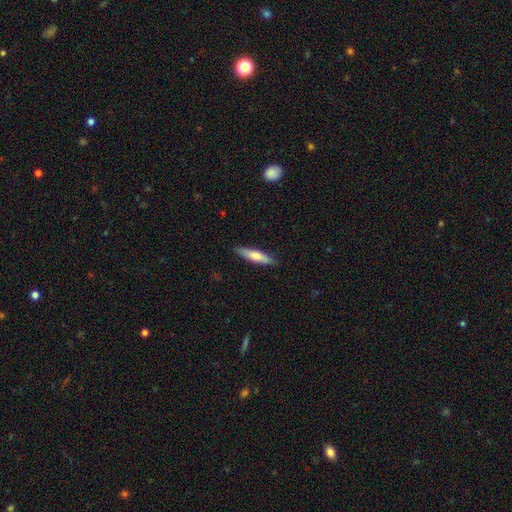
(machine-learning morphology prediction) Smooth or featured?
  - smooth: 63% *
  - featured or disk: 31%
  - star or artifact: 5%
How rounded?
  - cigar-shaped: 81% *
  - in between: 18%
  - round: 2%
Merging?
  - none: 89% *
  - minor disturbance: 8%
  - major disturbance: 2%
  - merger: 1%